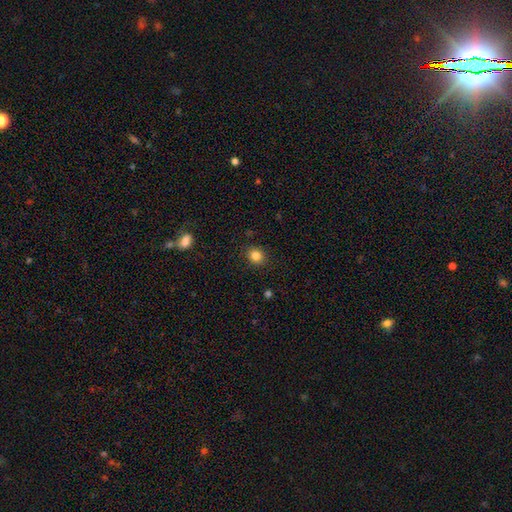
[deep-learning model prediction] smooth_or_featured: smooth (p=0.84) [alt: star or artifact p=0.11]
how_rounded: round (p=0.72) [alt: in between p=0.27]
merging: none (p=0.89) [alt: minor disturbance p=0.08]